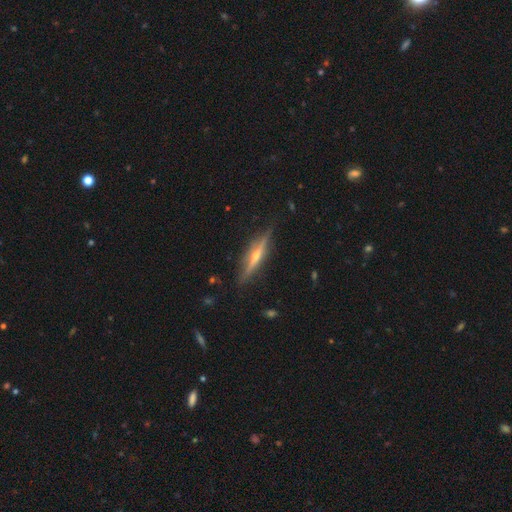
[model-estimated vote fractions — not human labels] featured or disk 77%, smooth 17%, star or artifact 6%. Down the decision tree: edge-on disk — yes (96%); edge-on bulge — rounded (85%); merging — none (87%).